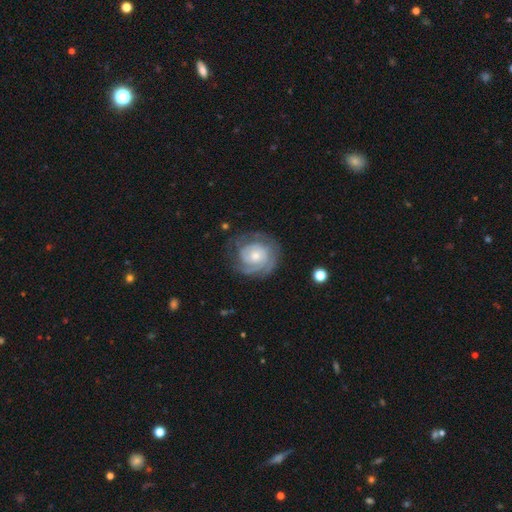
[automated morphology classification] This is clearly a featured or disk galaxy (80%). It is clearly not viewed edge-on (98%). Bar: likely no (75%). Spiral arm pattern: clearly yes (94%). Spiral arm count: marginally can't tell (33%). Spiral winding: likely tight (70%). Central bulge: possibly small (49%). Merging: likely none (71%).